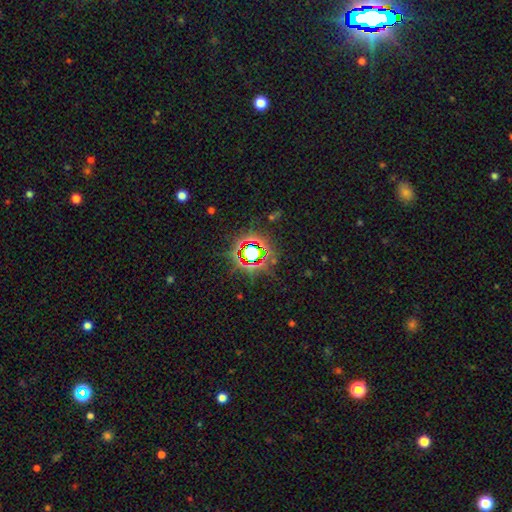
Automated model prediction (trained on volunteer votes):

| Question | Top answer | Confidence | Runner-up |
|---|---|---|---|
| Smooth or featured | star or artifact | 78% | smooth (13%) |